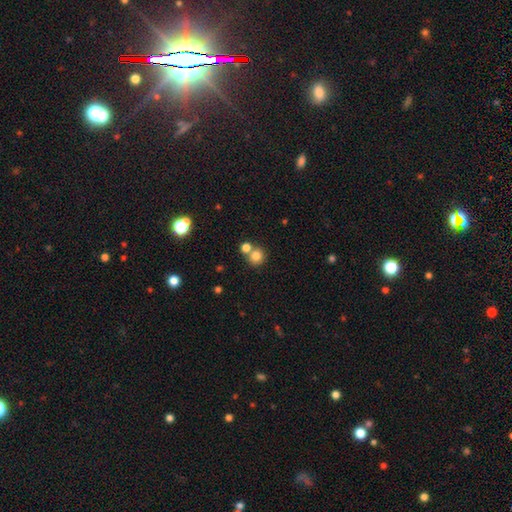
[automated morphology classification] smooth 79%, star or artifact 13%, featured or disk 8%. Down the decision tree: how rounded — round (89%); merging — none (57%).